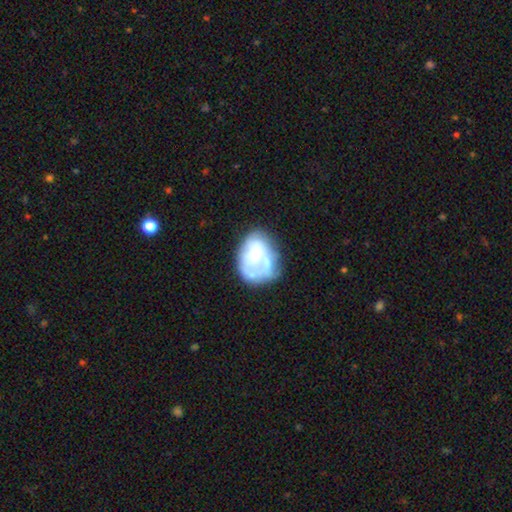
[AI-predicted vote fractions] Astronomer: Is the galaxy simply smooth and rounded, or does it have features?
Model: featured or disk — 48% (runner-up: smooth, 44%).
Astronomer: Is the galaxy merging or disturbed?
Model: none — 41% (runner-up: minor disturbance, 27%).